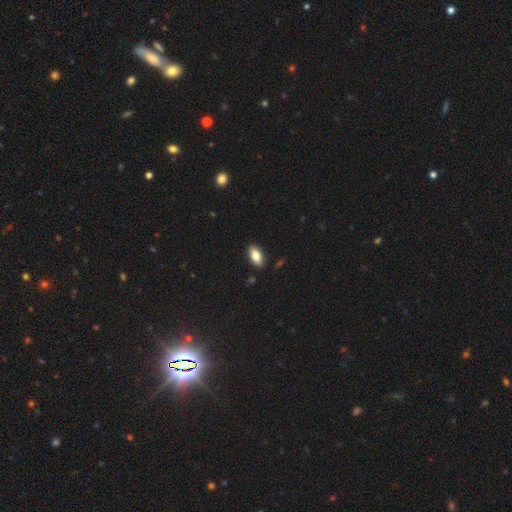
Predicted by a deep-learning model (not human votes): A smooth galaxy with no disk features (81%) that is in between round and cigar-shaped (91%).

Vote fractions:
- Smooth or featured? smooth: 81% / featured or disk: 12% / star or artifact: 7%
- How rounded? in between: 91% / cigar-shaped: 7% / round: 3%
- Merging? none: 88% / minor disturbance: 9% / major disturbance: 2% / merger: 1%